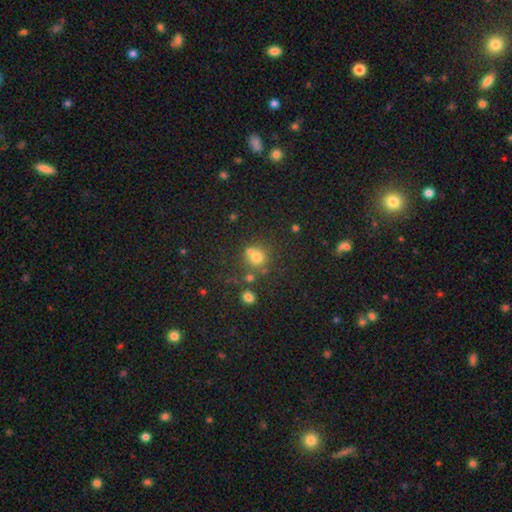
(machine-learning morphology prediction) smooth 67%, star or artifact 20%, featured or disk 13%. Down the decision tree: how rounded — round (88%); merging — none (55%).